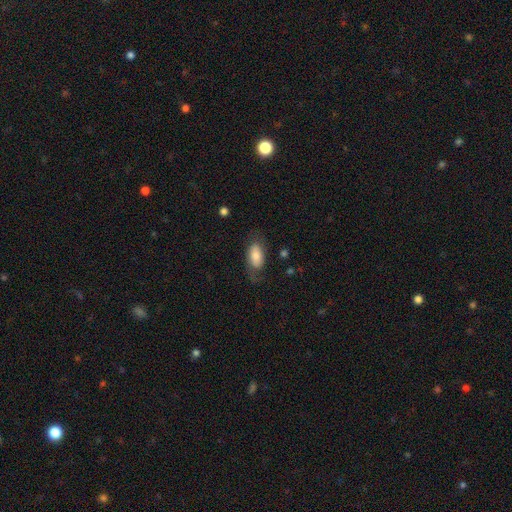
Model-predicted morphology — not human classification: smooth_or_featured: smooth (p=0.61) [alt: featured or disk p=0.31]
how_rounded: in between (p=0.91) [alt: round p=0.05]
merging: none (p=0.59) [alt: minor disturbance p=0.22]